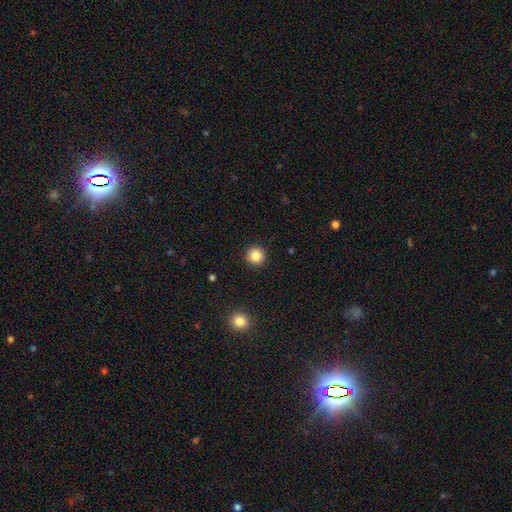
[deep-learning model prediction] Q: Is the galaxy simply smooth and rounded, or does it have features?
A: smooth — 85%.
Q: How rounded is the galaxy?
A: round — 95%.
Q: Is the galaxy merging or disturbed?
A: none — 92%.